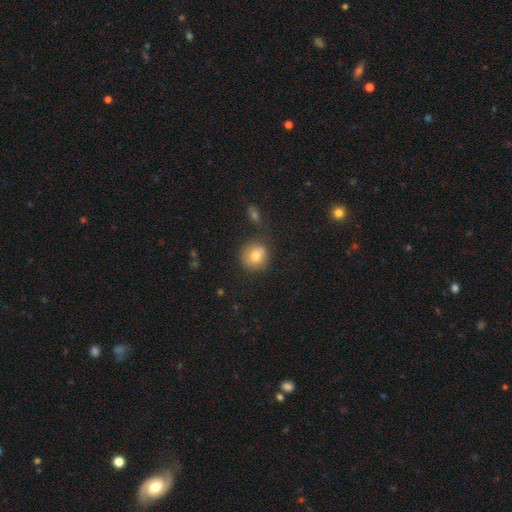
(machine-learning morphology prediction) This appears to be a smooth galaxy with no disk features (73%) that is round (92%). Merging: none (69%).